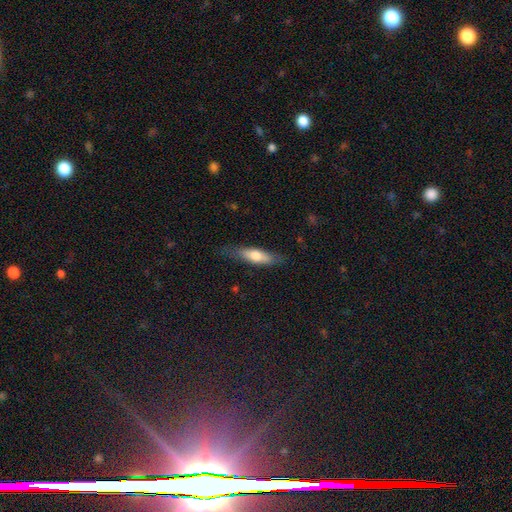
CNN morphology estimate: Smooth or featured? Predicted: smooth (p=0.65). How rounded? Predicted: cigar-shaped (p=0.58). Merging? Predicted: none (p=0.77).